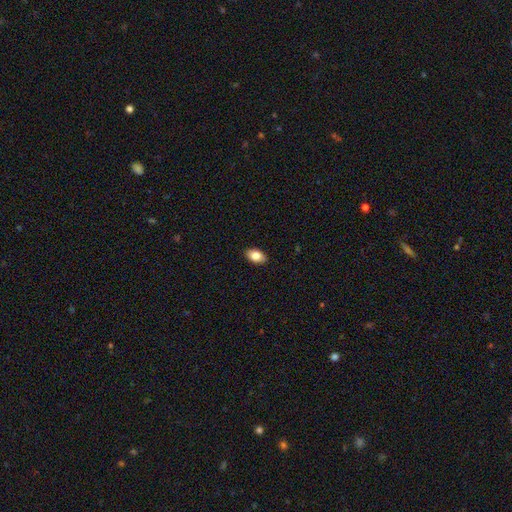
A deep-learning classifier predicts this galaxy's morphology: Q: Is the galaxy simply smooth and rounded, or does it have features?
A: smooth — 84%.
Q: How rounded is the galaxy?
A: in between — 91%.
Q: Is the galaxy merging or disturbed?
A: none — 90%.